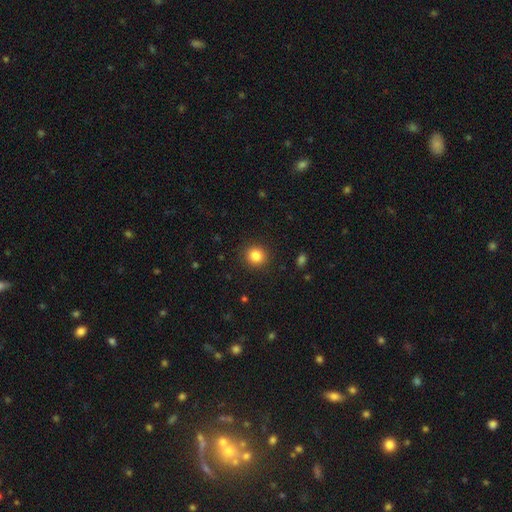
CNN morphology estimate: Q: Smooth or featured?
A: smooth (84%); runner-up: star or artifact (11%)
Q: How rounded?
A: round (91%); runner-up: in between (9%)
Q: Merging?
A: none (91%); runner-up: minor disturbance (6%)